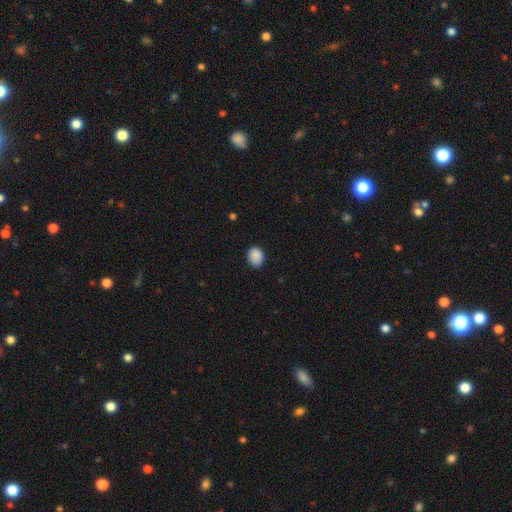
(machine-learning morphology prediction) Q: Smooth or featured?
A: smooth (89%); runner-up: star or artifact (8%)
Q: How rounded?
A: in between (50%); runner-up: round (49%)
Q: Merging?
A: none (82%); runner-up: minor disturbance (14%)